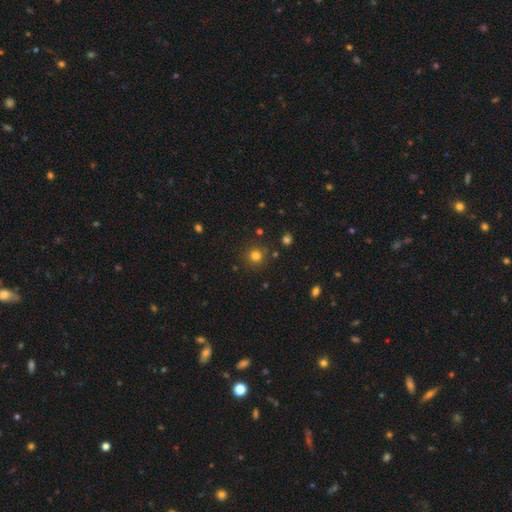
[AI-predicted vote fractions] Overall: smooth (78%). How rounded: round (93%). Merging: none (86%).